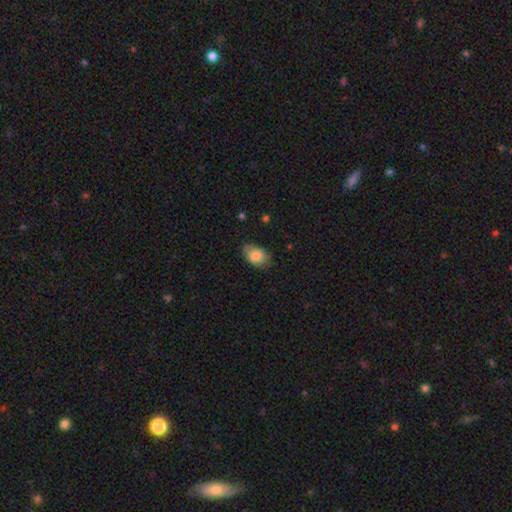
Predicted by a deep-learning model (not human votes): A smooth galaxy with no disk features (82%) that is in between round and cigar-shaped (90%).

Vote fractions:
- Smooth or featured? smooth: 82% / featured or disk: 12% / star or artifact: 7%
- How rounded? in between: 90% / round: 8% / cigar-shaped: 1%
- Merging? none: 77% / minor disturbance: 18% / major disturbance: 4% / merger: 1%